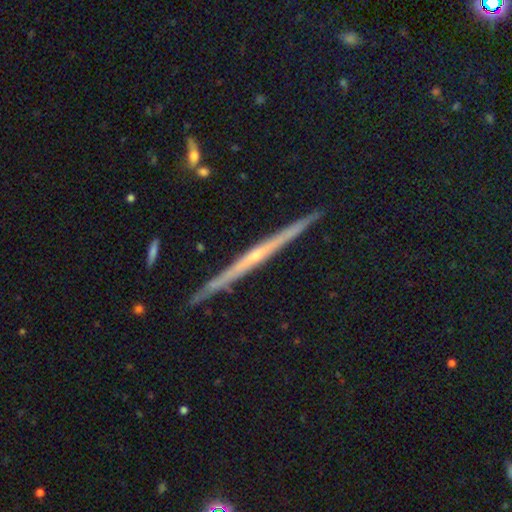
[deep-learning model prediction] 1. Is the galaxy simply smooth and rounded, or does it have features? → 73% featured or disk, 14% smooth, 13% star or artifact.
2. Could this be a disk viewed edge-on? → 98% yes, 2% no.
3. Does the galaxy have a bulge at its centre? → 49% rounded, 44% none, 7% boxy.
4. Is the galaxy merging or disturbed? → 91% none, 6% minor disturbance, 1% major disturbance, 1% merger.